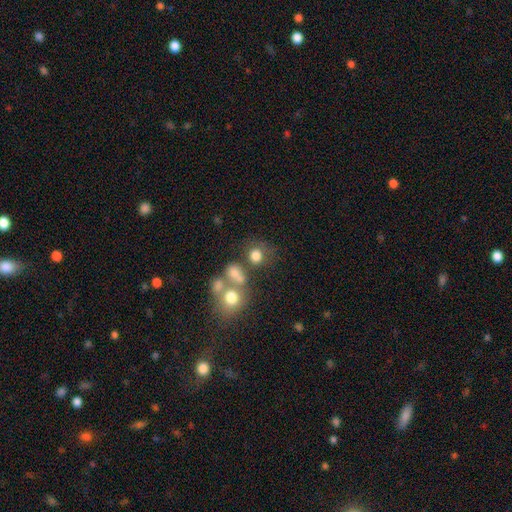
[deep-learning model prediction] The model was most divided on "merging": none: 52%, merger: 25%, minor disturbance: 12%, major disturbance: 10%. More confident: how rounded — round (78%); smooth or featured — smooth (74%).